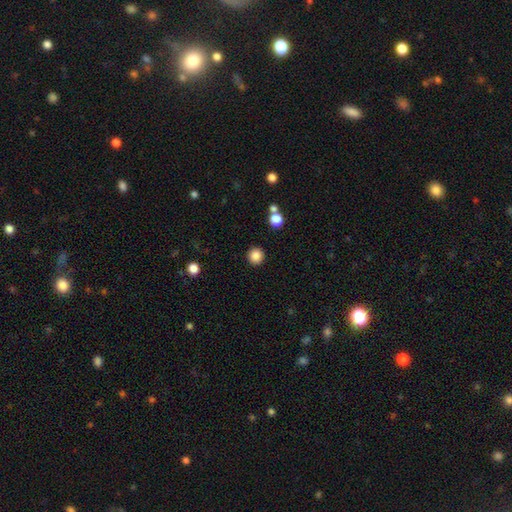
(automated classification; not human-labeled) Overall: smooth (86%). How rounded: round (95%). Merging: none (91%).